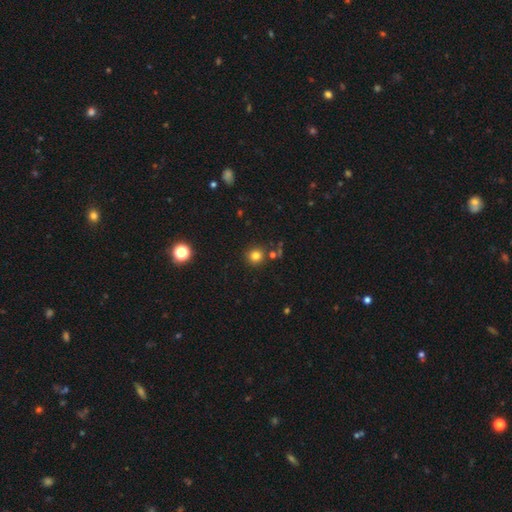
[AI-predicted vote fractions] Overall: smooth (79%). How rounded: round (92%). Merging: none (83%).